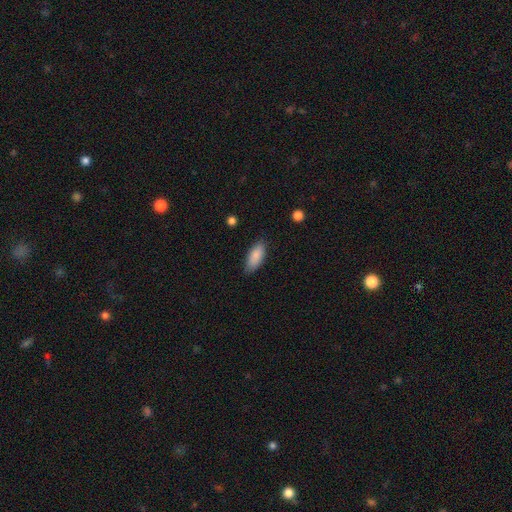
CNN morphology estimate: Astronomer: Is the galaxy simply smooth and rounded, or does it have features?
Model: smooth — 88%.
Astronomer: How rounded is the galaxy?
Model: in between — 82%.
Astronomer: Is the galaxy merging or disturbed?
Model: none — 81%.